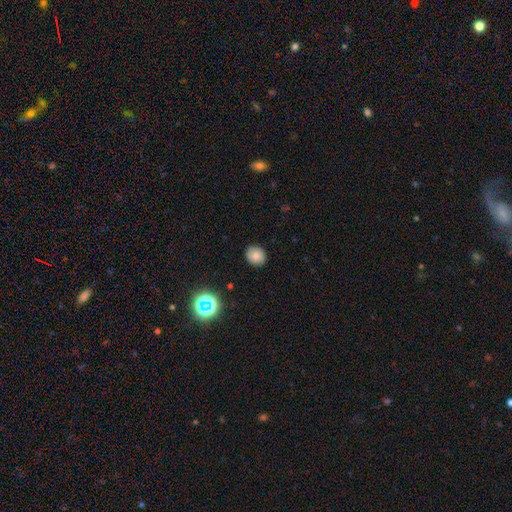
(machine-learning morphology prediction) Smooth or featured? Predicted: smooth (p=0.78). How rounded? Predicted: round (p=0.71). Merging? Predicted: none (p=0.87).